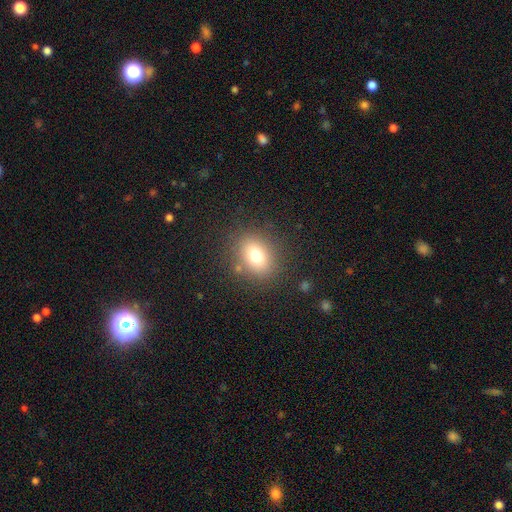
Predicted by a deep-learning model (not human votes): A smooth galaxy with no disk features (73%) that is round (53%).

Vote fractions:
- Smooth or featured? smooth: 73% / star or artifact: 15% / featured or disk: 12%
- How rounded? round: 53% / in between: 46% / cigar-shaped: 1%
- Merging? none: 83% / minor disturbance: 10% / major disturbance: 5% / merger: 2%